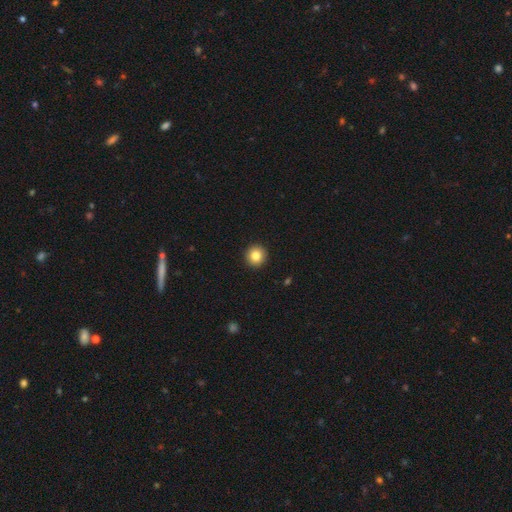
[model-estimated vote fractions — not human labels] smooth-or-featured: smooth: 85% | star or artifact: 9% | featured or disk: 6%
  how-rounded: round: 94% | in between: 5% | cigar-shaped: 1%
  merging: none: 93% | minor disturbance: 4% | major disturbance: 1% | merger: 1%